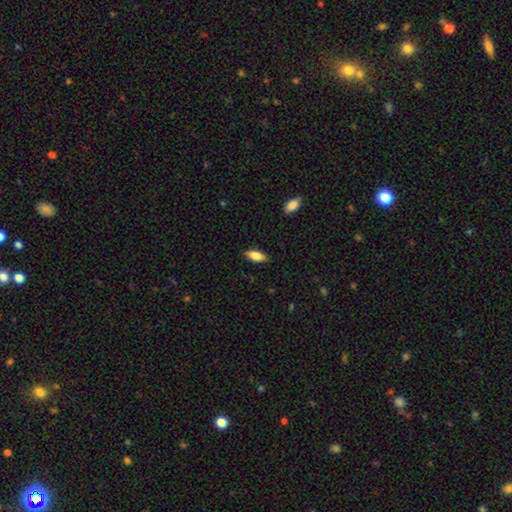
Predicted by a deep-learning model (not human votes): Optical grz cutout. It shows a smooth galaxy with no disk features (78%) that is in between round and cigar-shaped (83%). Merging: none (86%).